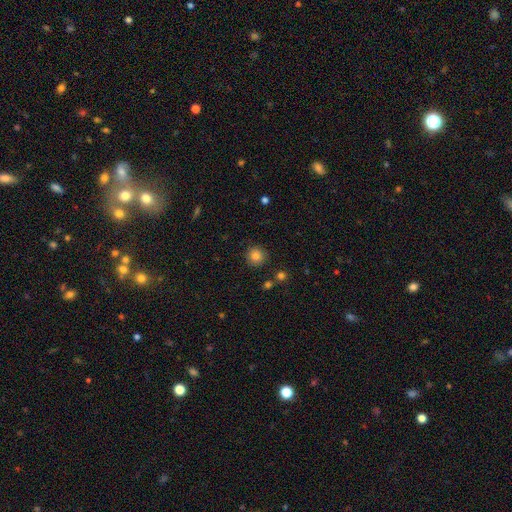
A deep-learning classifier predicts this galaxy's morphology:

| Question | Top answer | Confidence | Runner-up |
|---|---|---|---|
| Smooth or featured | smooth | 84% | star or artifact (11%) |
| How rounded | round | 94% | in between (5%) |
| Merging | none | 89% | minor disturbance (7%) |